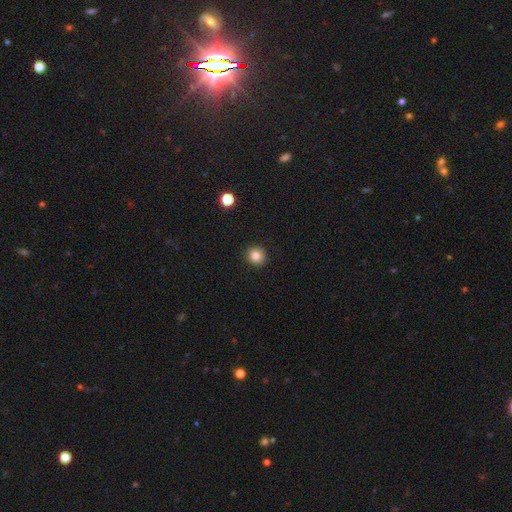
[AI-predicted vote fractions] smooth_or_featured: smooth (p=0.84) [alt: star or artifact p=0.10]
how_rounded: round (p=0.87) [alt: in between p=0.12]
merging: none (p=0.91) [alt: minor disturbance p=0.06]